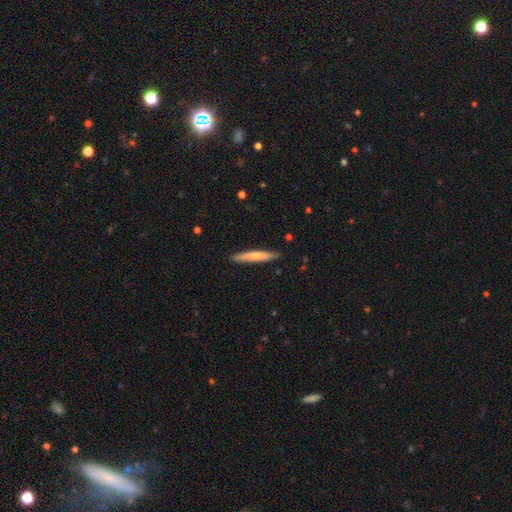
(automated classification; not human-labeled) smooth_or_featured: smooth (p=0.68) [alt: featured or disk p=0.27]
how_rounded: cigar-shaped (p=0.93) [alt: in between p=0.05]
merging: none (p=0.88) [alt: minor disturbance p=0.09]